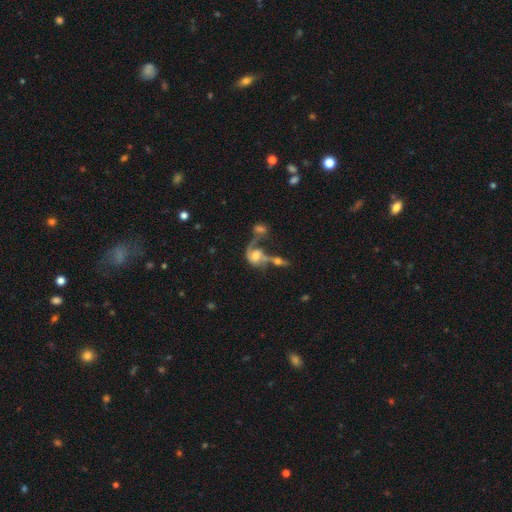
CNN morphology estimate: smooth-or-featured: featured or disk: 63% | smooth: 28% | star or artifact: 9%
  disk-edge-on: no: 94% | yes: 6%
    bar: no: 68% | weak: 26% | strong: 6%
    has-spiral-arms: yes: 78% | no: 22%
    bulge-size: moderate: 50% | large: 23% | small: 17% | none: 8% | dominant: 3%
  merging: merger: 63% | major disturbance: 18% | none: 13% | minor disturbance: 7%